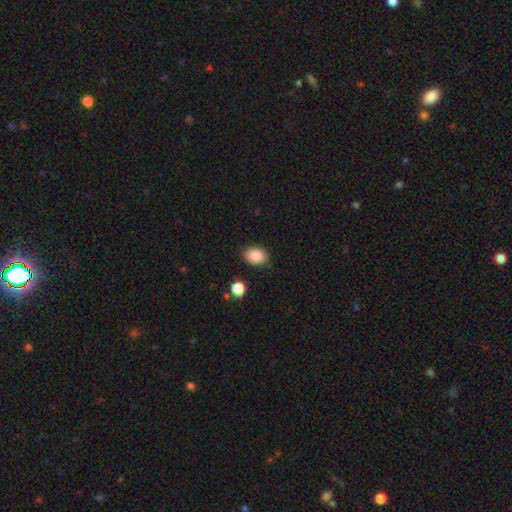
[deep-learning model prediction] smooth_or_featured: smooth (p=0.88) [alt: star or artifact p=0.08]
how_rounded: in between (p=0.73) [alt: round p=0.26]
merging: none (p=0.84) [alt: minor disturbance p=0.11]